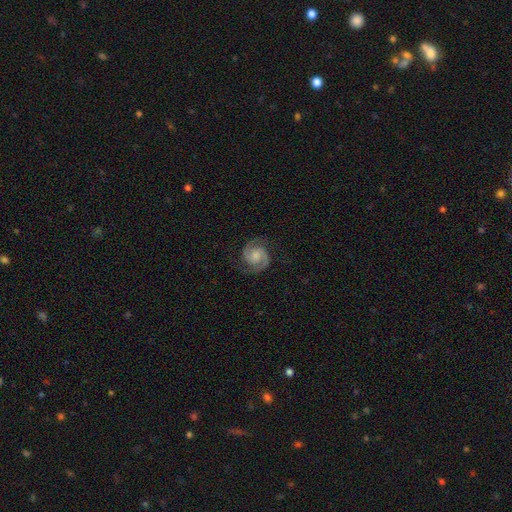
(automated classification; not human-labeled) This is clearly a featured or disk galaxy (90%). It is clearly not viewed edge-on (98%). Bar: likely no (62%). Spiral arm pattern: clearly yes (98%). Spiral arm count: clearly 2 (94%). Spiral winding: possibly medium (51%). Central bulge: marginally moderate (37%). Merging: clearly none (82%).